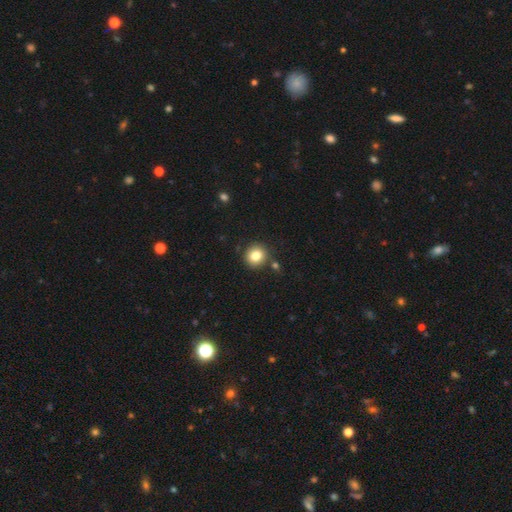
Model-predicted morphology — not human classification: type=smooth (82%); roundness=round (90%); merging=none (85%).